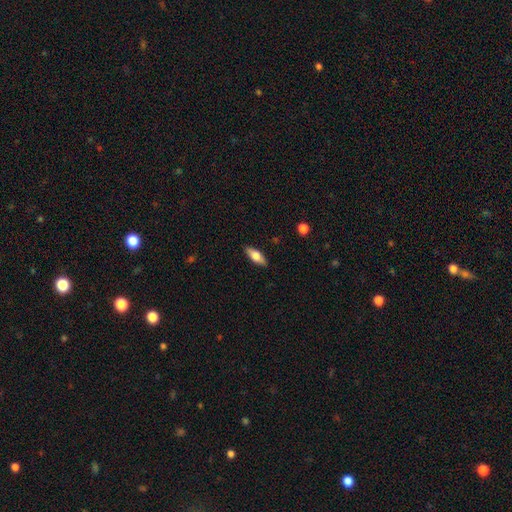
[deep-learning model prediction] A smooth galaxy with no disk features (67%) that is in between round and cigar-shaped (71%).

Vote fractions:
- Smooth or featured? smooth: 67% / featured or disk: 27% / star or artifact: 6%
- How rounded? in between: 71% / cigar-shaped: 26% / round: 3%
- Merging? none: 88% / minor disturbance: 9% / major disturbance: 2% / merger: 1%